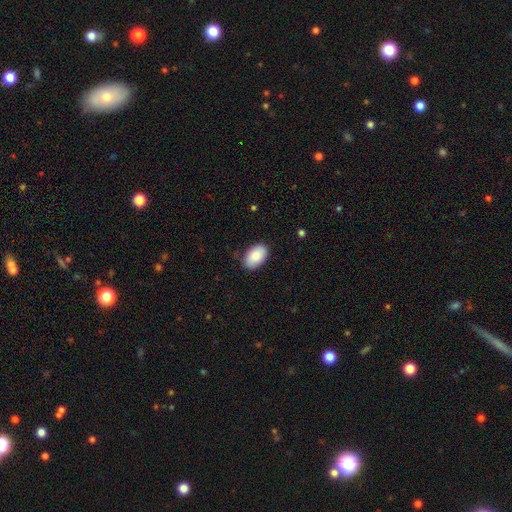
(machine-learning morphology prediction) type=smooth (86%); roundness=in between (93%); merging=none (83%).